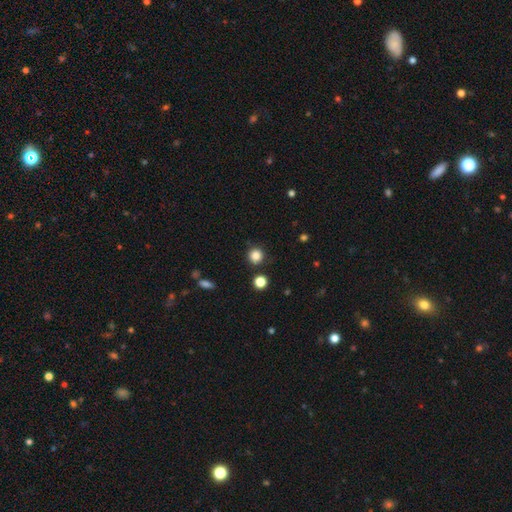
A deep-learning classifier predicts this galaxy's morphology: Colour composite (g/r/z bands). It shows a smooth galaxy with no disk features (84%) that is round (93%). Merging: none (89%).